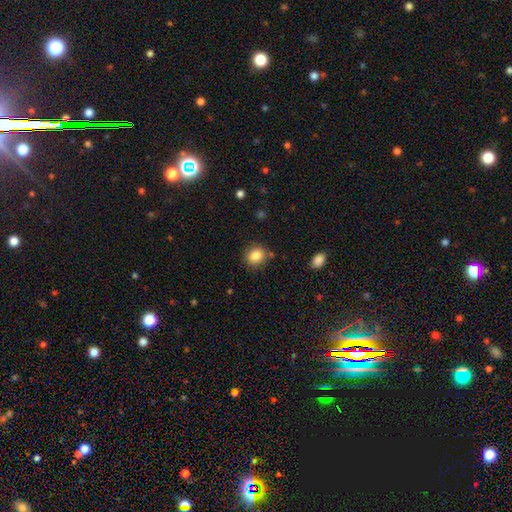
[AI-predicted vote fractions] This is clearly a smooth galaxy (86%). How rounded: likely round (70%). Merging: clearly none (82%).